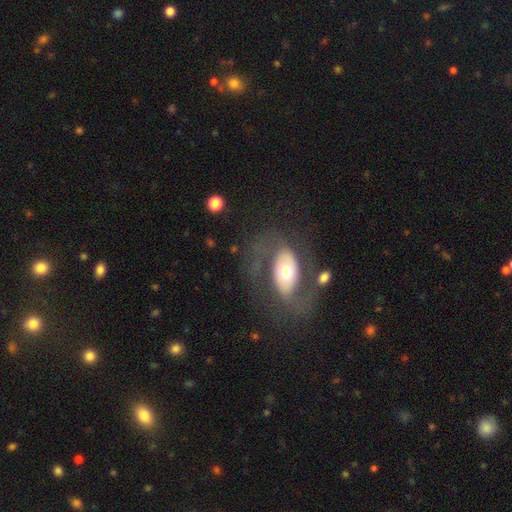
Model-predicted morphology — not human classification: This is likely a featured or disk galaxy (76%). It is clearly not viewed edge-on (94%). Bar: marginally no (40%). Spiral arm pattern: clearly yes (82%). Spiral arm count: clearly 2 (86%). Spiral winding: possibly medium (49%). Central bulge: likely moderate (60%). Merging: likely none (71%).